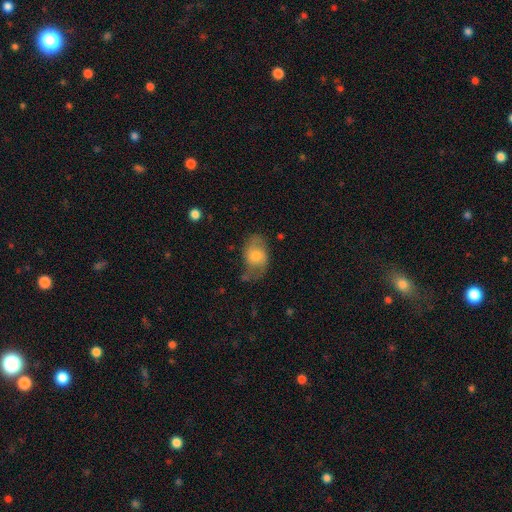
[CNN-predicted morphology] Q: Smooth or featured?
A: smooth (50%); runner-up: featured or disk (43%)
Q: Merging?
A: none (52%); runner-up: minor disturbance (29%)